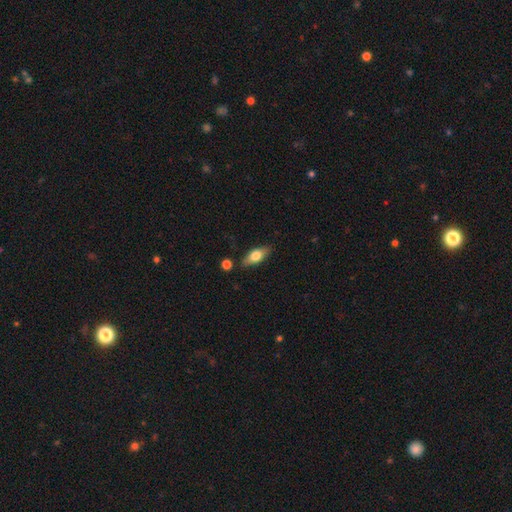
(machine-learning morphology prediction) This is likely a smooth galaxy (69%). How rounded: likely in between (78%). Merging: clearly none (81%).